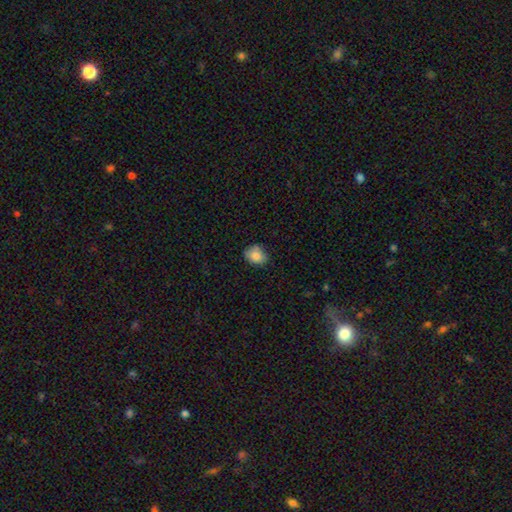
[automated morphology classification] Smooth or featured? smooth (83%)
How rounded? round (54%)
Merging? none (71%)